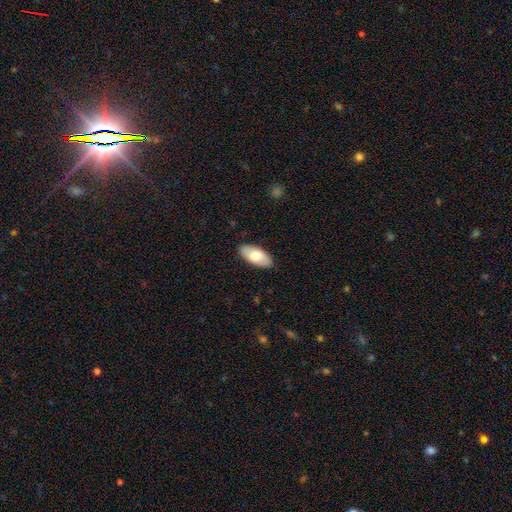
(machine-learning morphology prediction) The model was most divided on "smooth or featured": smooth: 75%, featured or disk: 19%, star or artifact: 6%. More confident: how rounded — in between (92%); merging — none (88%).